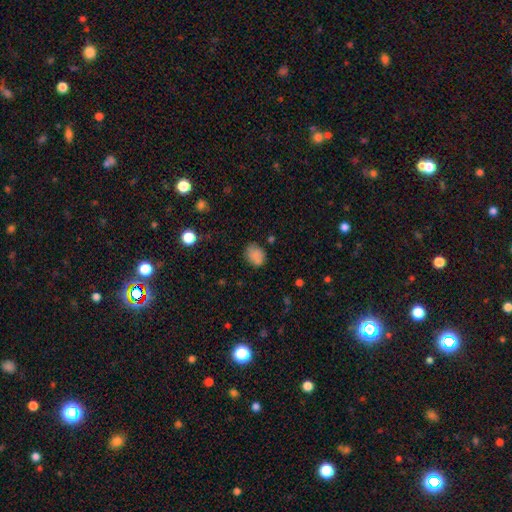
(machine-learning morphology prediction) This appears to be a smooth galaxy with no disk features (83%) that is in between round and cigar-shaped (55%). Merging: none (72%).